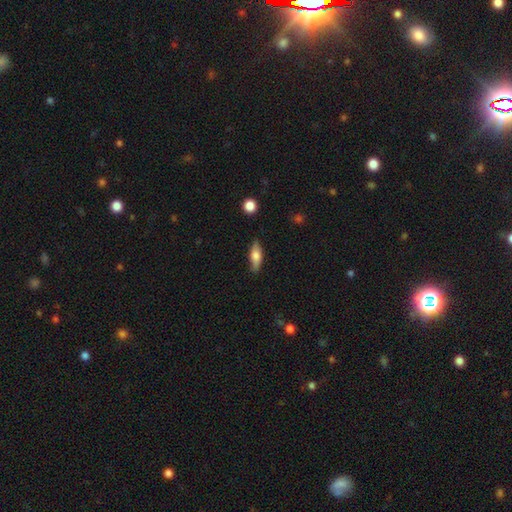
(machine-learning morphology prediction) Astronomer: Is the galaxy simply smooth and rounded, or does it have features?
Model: smooth — 64%.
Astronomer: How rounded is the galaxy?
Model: in between — 60% (runner-up: cigar-shaped, 37%).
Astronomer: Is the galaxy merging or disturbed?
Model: none — 83%.